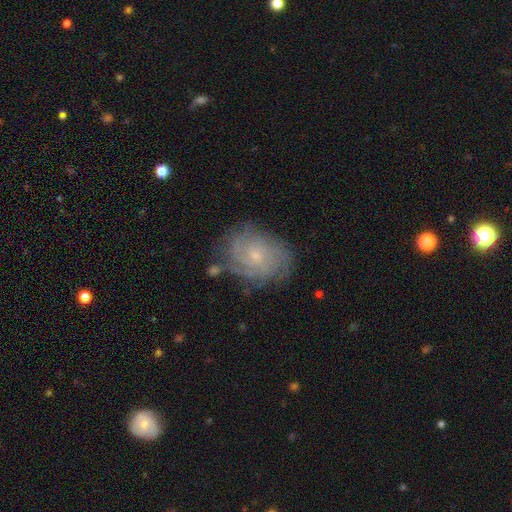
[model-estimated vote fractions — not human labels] Overall: featured or disk (77%). Edge-on disk: no (97%). Bar: no (74%). Spiral arms: yes (94%). Spiral arm count: can't tell (38%; 4 18%). Spiral winding: tight (67%). Bulge size: small (75%). Merging: none (73%).